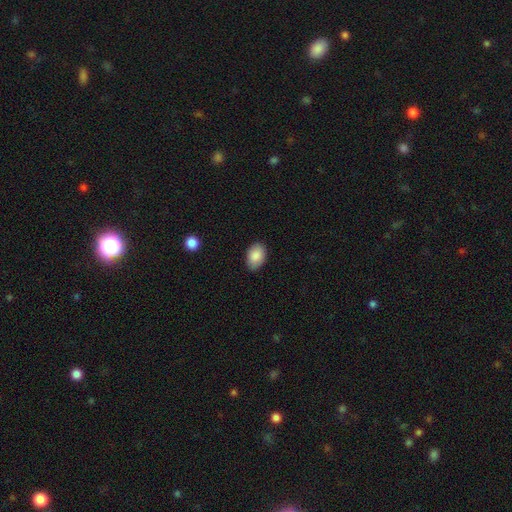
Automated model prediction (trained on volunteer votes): Smooth or featured?
  - smooth: 87% *
  - star or artifact: 7%
  - featured or disk: 6%
How rounded?
  - in between: 87% *
  - round: 12%
  - cigar-shaped: 1%
Merging?
  - none: 83% *
  - minor disturbance: 13%
  - major disturbance: 2%
  - merger: 1%